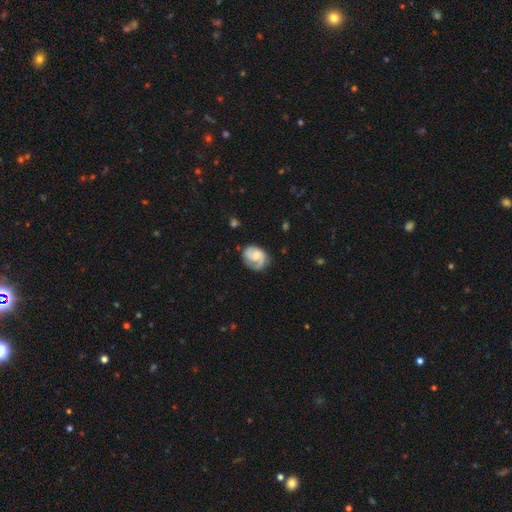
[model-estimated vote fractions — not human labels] Q: Smooth or featured?
A: featured or disk (65%); runner-up: smooth (29%)
Q: Edge-on disk?
A: no (98%); runner-up: yes (2%)
Q: Bar?
A: no (60%); runner-up: weak (34%)
Q: Spiral arms?
A: yes (91%); runner-up: no (9%)
Q: Spiral winding?
A: tight (43%); runner-up: medium (39%)
Q: Spiral arm count?
A: 2 (52%); runner-up: 1 (26%)
Q: Bulge size?
A: small (36%); runner-up: moderate (31%)
Q: Merging?
A: none (63%); runner-up: minor disturbance (23%)